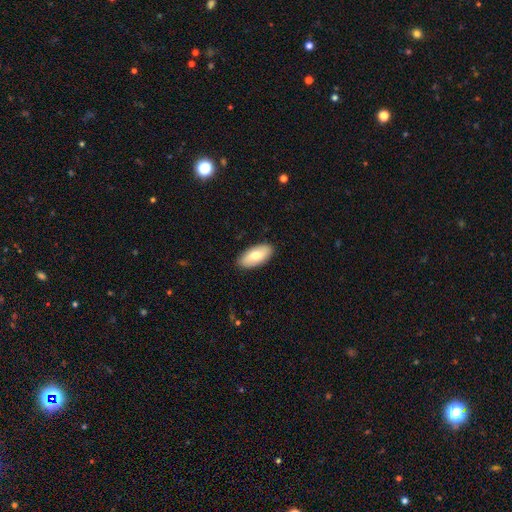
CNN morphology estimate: A smooth galaxy with no disk features (74%) that is in between round and cigar-shaped (92%). Merging: none (89%).